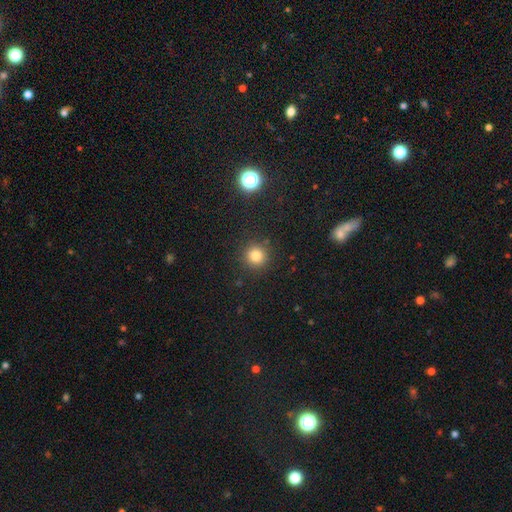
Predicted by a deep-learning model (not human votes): Morphology: type=smooth (79%); roundness=round (94%); merging=none (89%).